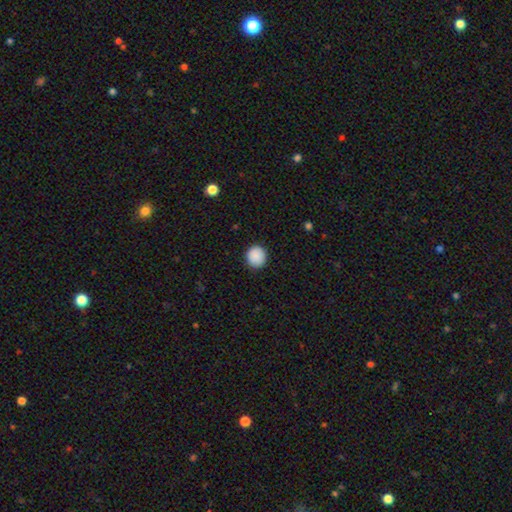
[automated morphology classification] The model was most divided on "how rounded": round: 89%, in between: 10%, cigar-shaped: 1%. More confident: merging — none (91%); smooth or featured — smooth (90%).